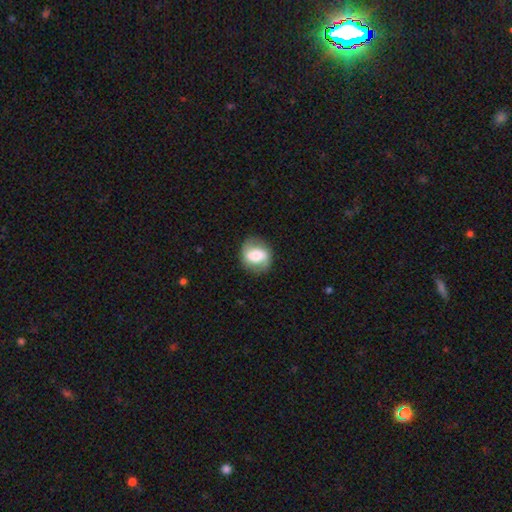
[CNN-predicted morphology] This is possibly a smooth galaxy (52%). How rounded: likely round (61%). Merging: clearly none (82%).